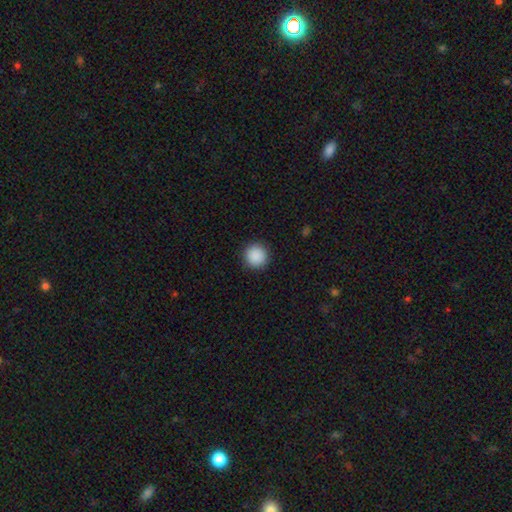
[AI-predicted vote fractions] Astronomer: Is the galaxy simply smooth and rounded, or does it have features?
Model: smooth — 90%.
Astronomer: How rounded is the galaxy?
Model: round — 96%.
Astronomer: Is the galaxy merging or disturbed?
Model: none — 92%.